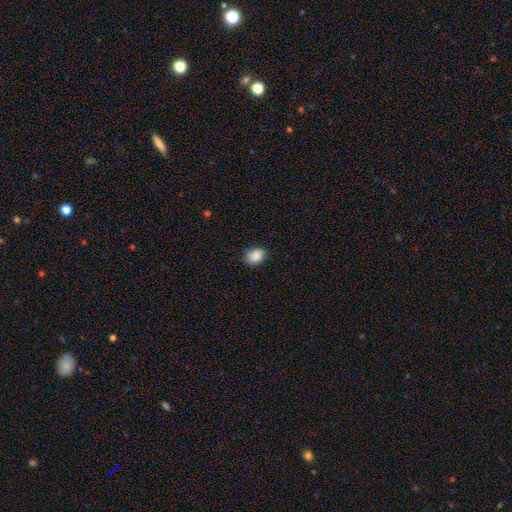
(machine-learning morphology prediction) This appears to be a smooth galaxy with no disk features (88%) that is in between round and cigar-shaped (58%). Merging: none (82%).